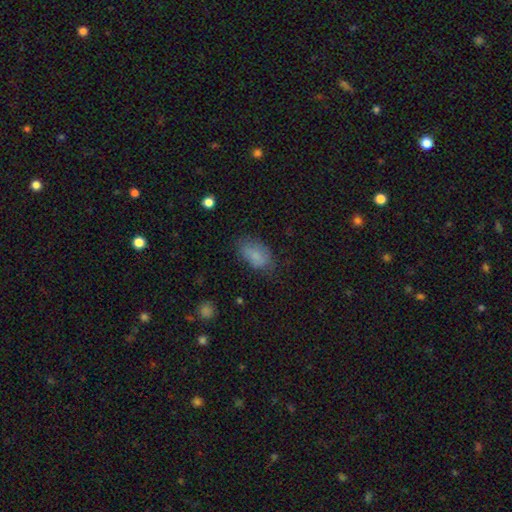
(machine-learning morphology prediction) Smooth or featured? Predicted: smooth (p=0.81). How rounded? Predicted: in between (p=0.91). Merging? Predicted: none (p=0.64).